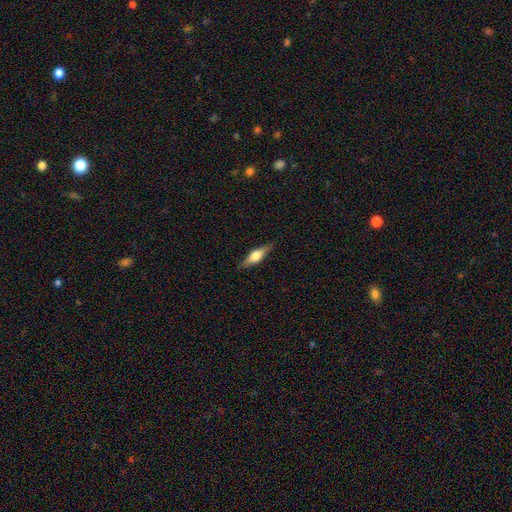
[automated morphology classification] Smooth or featured? featured or disk (50%)
Edge-on disk? yes (93%)
Merging? none (86%)